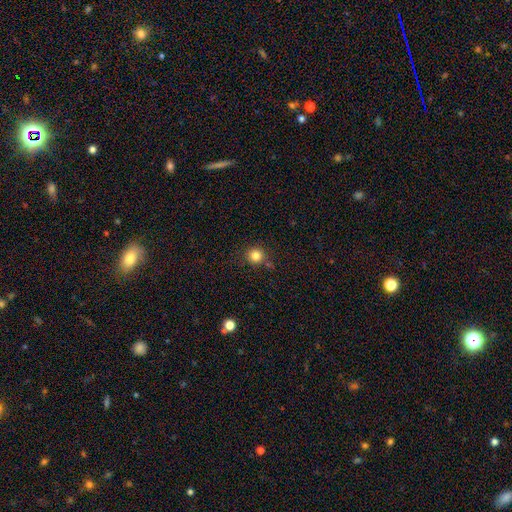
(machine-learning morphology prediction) This is clearly a smooth galaxy (83%). How rounded: clearly round (93%). Merging: clearly none (82%).